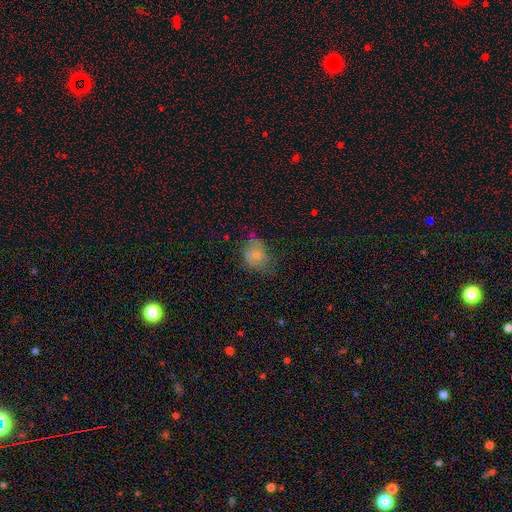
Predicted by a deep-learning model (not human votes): smooth 65%, featured or disk 22%, star or artifact 13%. Down the decision tree: how rounded — in between (63%); merging — none (40%).